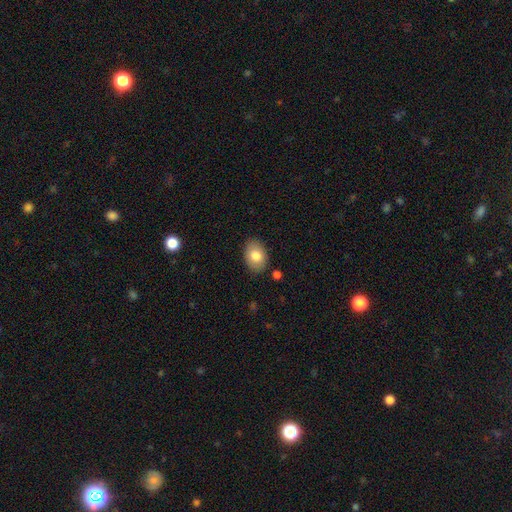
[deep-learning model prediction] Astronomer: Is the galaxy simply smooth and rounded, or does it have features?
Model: smooth — 80%.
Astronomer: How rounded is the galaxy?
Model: in between — 82%.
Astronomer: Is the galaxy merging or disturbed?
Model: none — 86%.